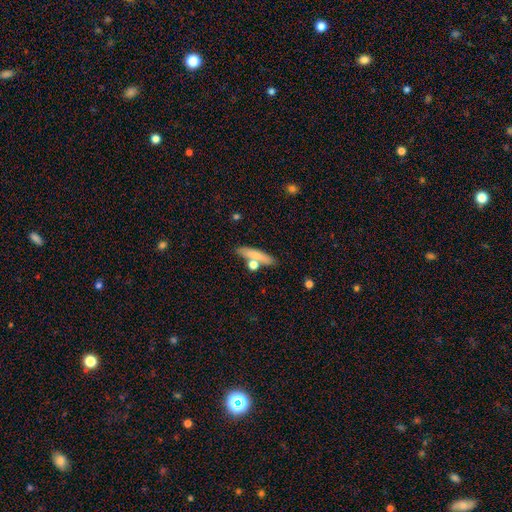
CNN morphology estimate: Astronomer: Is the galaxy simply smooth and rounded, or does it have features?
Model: smooth — 72%.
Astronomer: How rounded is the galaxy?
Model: cigar-shaped — 73%.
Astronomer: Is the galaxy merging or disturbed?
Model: none — 68%.